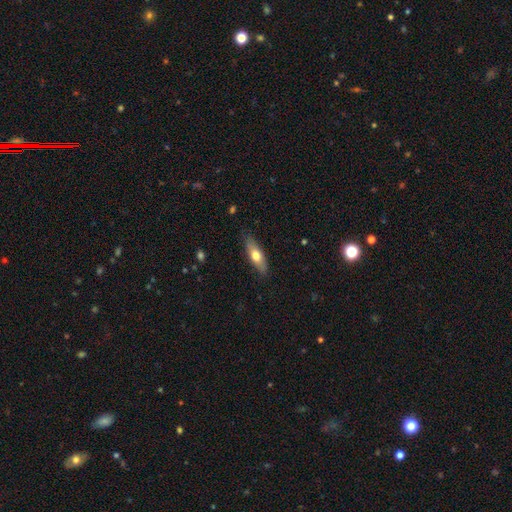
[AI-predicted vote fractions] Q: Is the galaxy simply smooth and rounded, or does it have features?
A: smooth — 62%.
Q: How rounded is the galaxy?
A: in between — 54%.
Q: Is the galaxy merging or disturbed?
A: none — 84%.